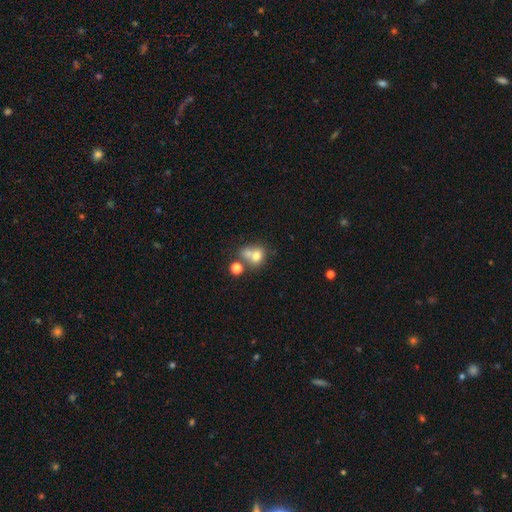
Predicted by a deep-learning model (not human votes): This appears to be a smooth galaxy with no disk features (70%) that is round (60%). Merging: merger (45%).